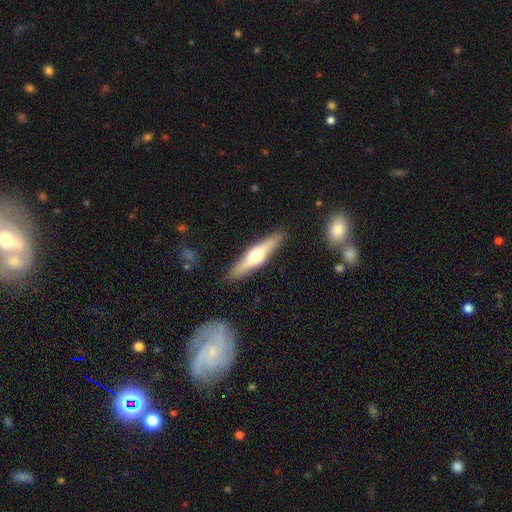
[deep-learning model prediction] Smooth or featured: featured or disk — 54% (smooth — 40%)
Edge-on disk: yes — 93% (no — 7%)
Edge-on bulge: rounded — 93% (none — 4%)
Merging: none — 89% (minor disturbance — 8%)